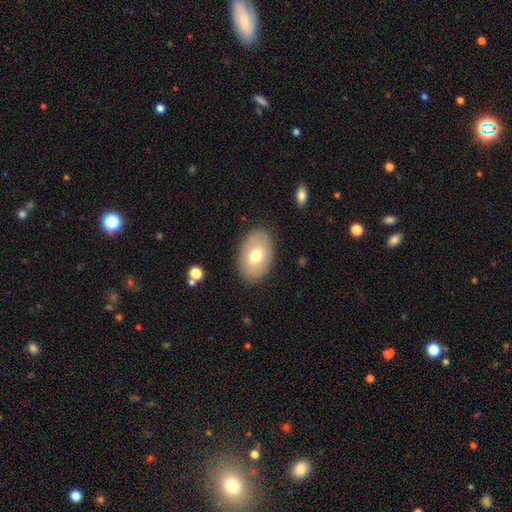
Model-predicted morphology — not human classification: Overall: smooth (69%). How rounded: in between (88%). Merging: none (86%).